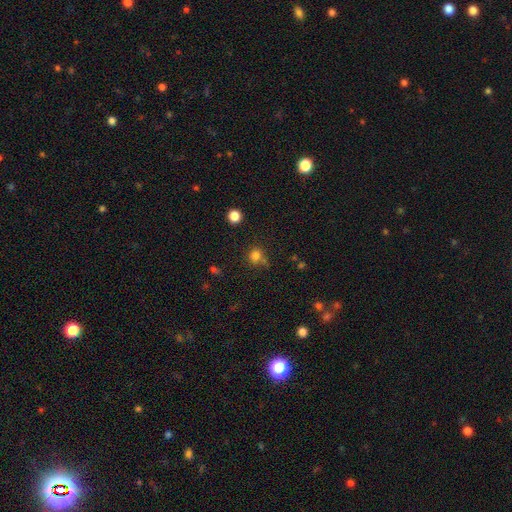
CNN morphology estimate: Smooth or featured: smooth — 79% (star or artifact — 16%)
How rounded: round — 84% (in between — 15%)
Merging: none — 68% (minor disturbance — 14%)